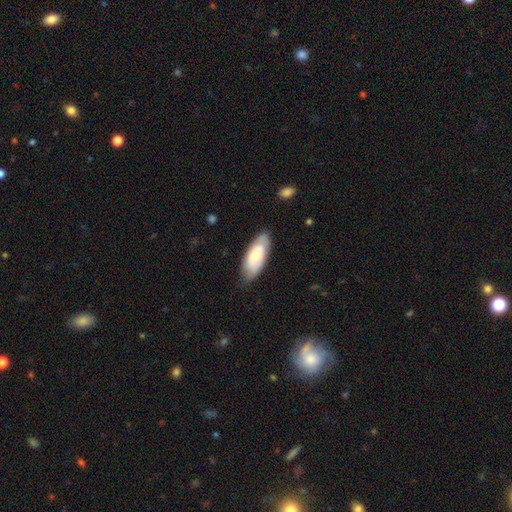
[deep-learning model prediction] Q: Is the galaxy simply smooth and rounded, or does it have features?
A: smooth — 60%.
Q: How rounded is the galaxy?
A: in between — 81%.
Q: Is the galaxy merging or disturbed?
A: none — 73%.